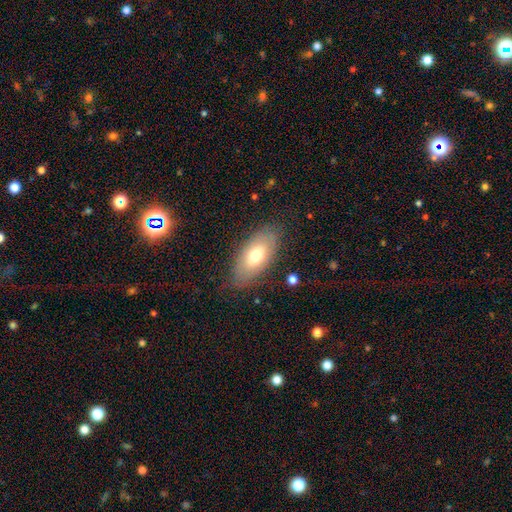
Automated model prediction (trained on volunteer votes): smooth-or-featured: smooth: 63% | featured or disk: 30% | star or artifact: 7%
  how-rounded: in between: 89% | cigar-shaped: 7% | round: 3%
  merging: none: 78% | minor disturbance: 16% | major disturbance: 5% | merger: 1%